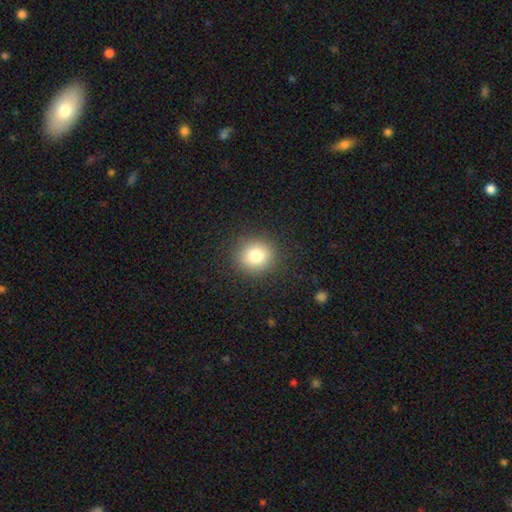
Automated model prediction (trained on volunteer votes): smooth 81%, star or artifact 11%, featured or disk 8%. Down the decision tree: how rounded — round (86%); merging — none (89%).